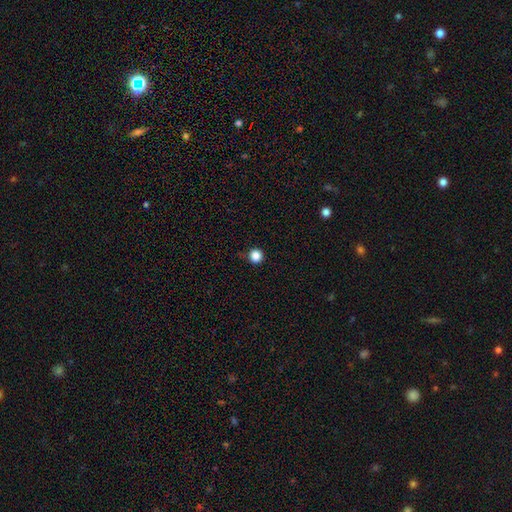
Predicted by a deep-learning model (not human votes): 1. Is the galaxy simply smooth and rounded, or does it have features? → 85% smooth, 12% star or artifact, 3% featured or disk.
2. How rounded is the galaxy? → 95% round, 4% in between, 1% cigar-shaped.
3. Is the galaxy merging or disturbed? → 88% none, 9% minor disturbance, 2% major disturbance, 1% merger.